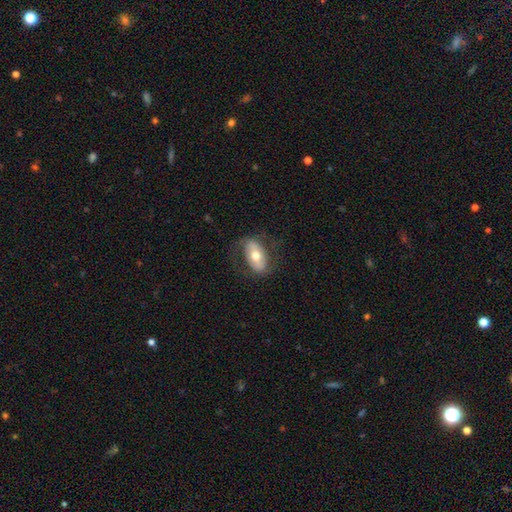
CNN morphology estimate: Smooth or featured? Predicted: smooth (p=0.48). Merging? Predicted: none (p=0.72).